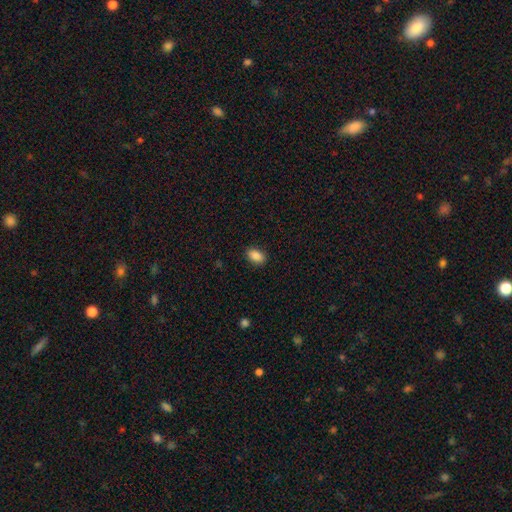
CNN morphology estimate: smooth 87%, star or artifact 8%, featured or disk 4%. Down the decision tree: how rounded — in between (86%); merging — none (89%).